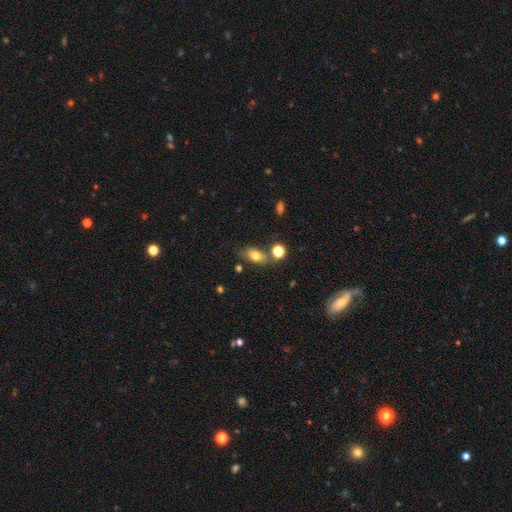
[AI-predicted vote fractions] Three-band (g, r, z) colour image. It shows a smooth galaxy with no disk features (75%) that is in between round and cigar-shaped (80%). Merging: none (67%).